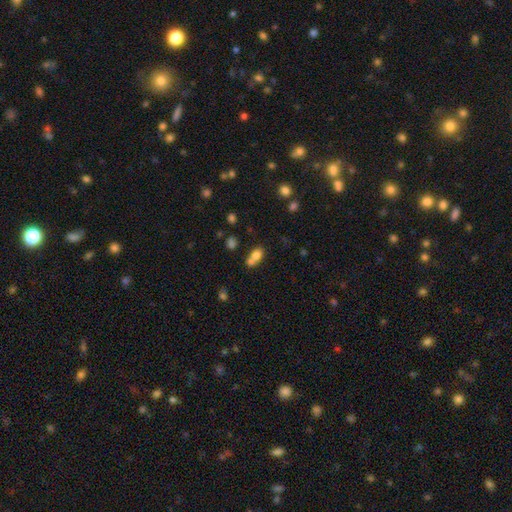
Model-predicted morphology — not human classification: Overall: smooth (76%). How rounded: in between (63%; round 34%). Merging: merger (56%; none 32%).